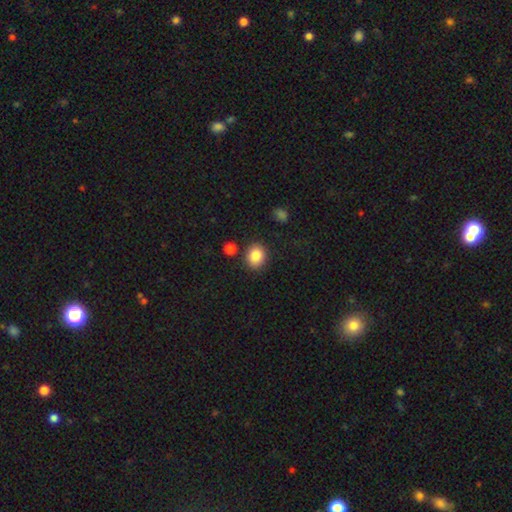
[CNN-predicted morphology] The model was most divided on "how rounded": round: 68%, in between: 32%, cigar-shaped: 1%. More confident: smooth or featured — smooth (85%); merging — none (84%).